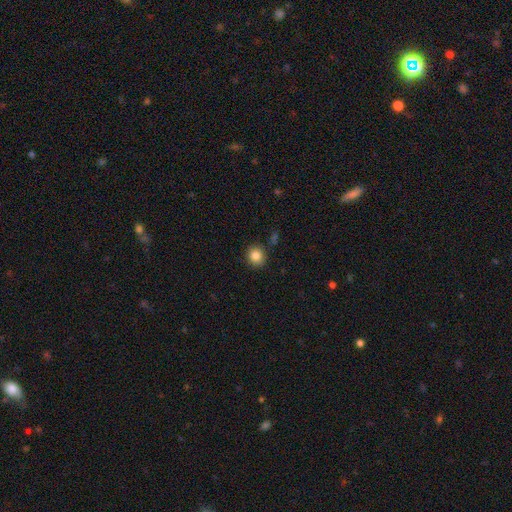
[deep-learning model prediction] smooth_or_featured: smooth (p=0.85) [alt: star or artifact p=0.10]
how_rounded: round (p=0.88) [alt: in between p=0.11]
merging: none (p=0.88) [alt: minor disturbance p=0.07]